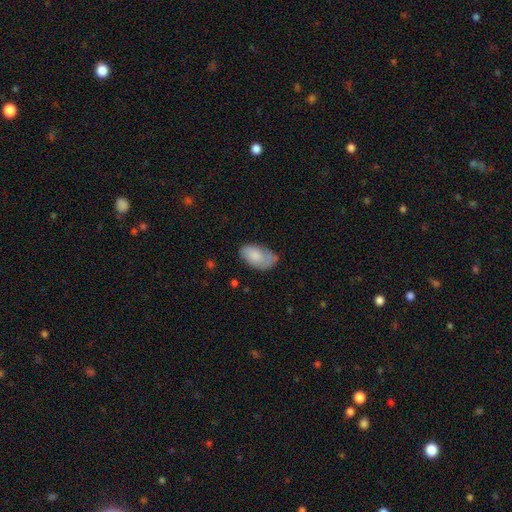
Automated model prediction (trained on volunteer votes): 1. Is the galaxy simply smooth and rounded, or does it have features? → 74% smooth, 19% featured or disk, 7% star or artifact.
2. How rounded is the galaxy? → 94% in between, 4% round, 2% cigar-shaped.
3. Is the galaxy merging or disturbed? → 50% none, 32% minor disturbance, 13% major disturbance, 5% merger.